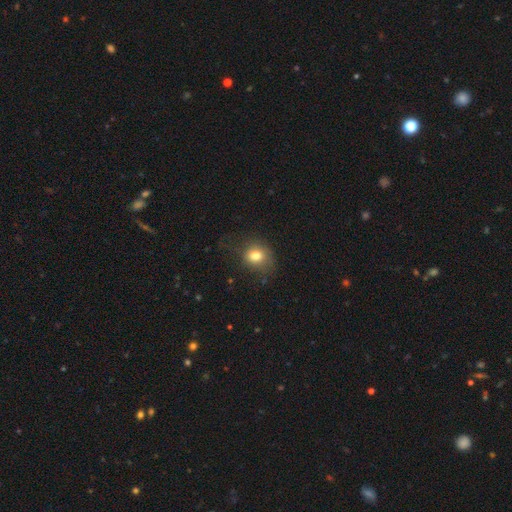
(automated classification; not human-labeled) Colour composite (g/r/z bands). It shows a smooth galaxy with no disk features (77%) that is round (61%). Merging: none (61%).